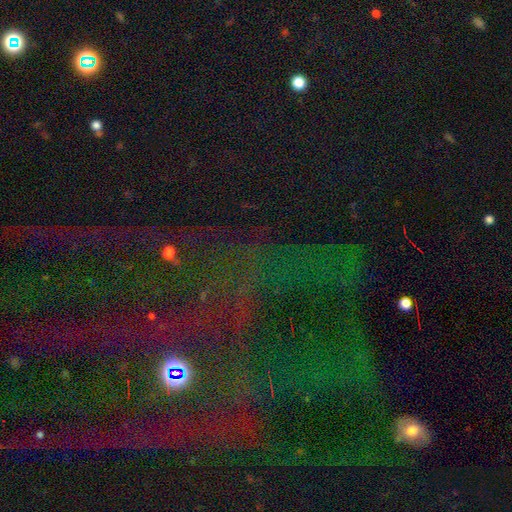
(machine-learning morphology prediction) A star or artifact, not a galaxy (79%).

Vote fractions:
- Smooth or featured? star or artifact: 79% / smooth: 11% / featured or disk: 10%